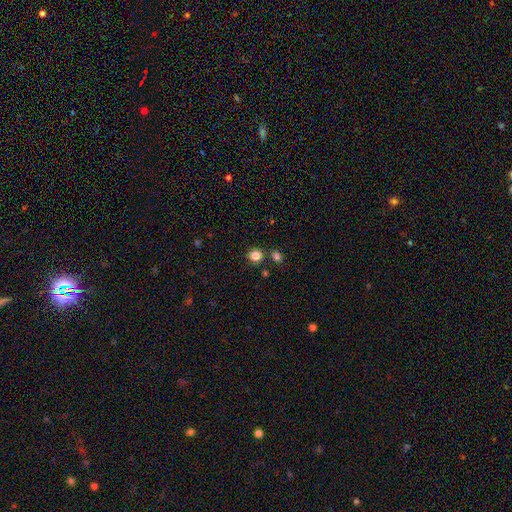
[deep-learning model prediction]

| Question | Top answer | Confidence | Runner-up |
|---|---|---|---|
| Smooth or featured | smooth | 84% | star or artifact (12%) |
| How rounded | round | 83% | in between (16%) |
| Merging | none | 78% | merger (11%) |